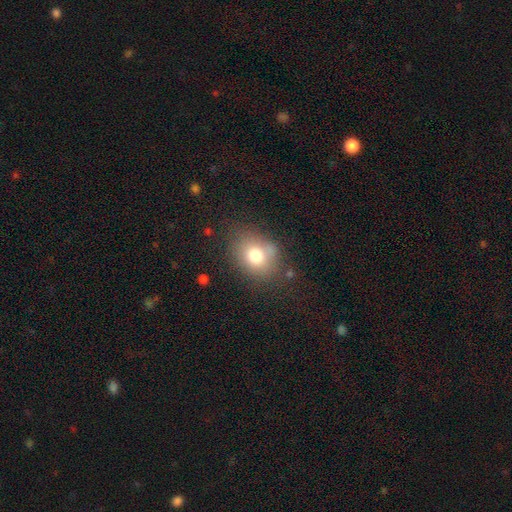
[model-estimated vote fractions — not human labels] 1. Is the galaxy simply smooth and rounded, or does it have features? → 75% smooth, 13% featured or disk, 12% star or artifact.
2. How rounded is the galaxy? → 53% in between, 46% round, 1% cigar-shaped.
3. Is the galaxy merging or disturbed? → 70% none, 19% minor disturbance, 8% major disturbance, 4% merger.